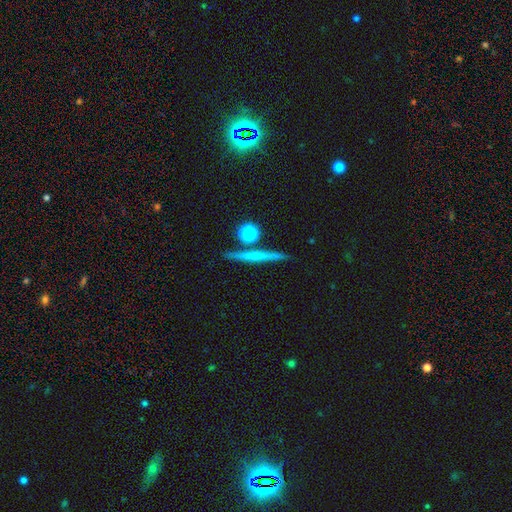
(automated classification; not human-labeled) smooth 48%, featured or disk 43%, star or artifact 9%. Down the decision tree: merging — none (83%).